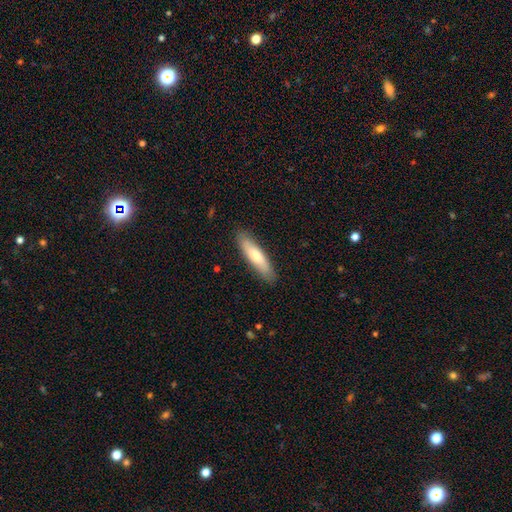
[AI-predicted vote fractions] Smooth or featured?
  - smooth: 71% *
  - featured or disk: 24%
  - star or artifact: 5%
How rounded?
  - cigar-shaped: 72% *
  - in between: 26%
  - round: 1%
Merging?
  - none: 88% *
  - minor disturbance: 9%
  - major disturbance: 2%
  - merger: 1%